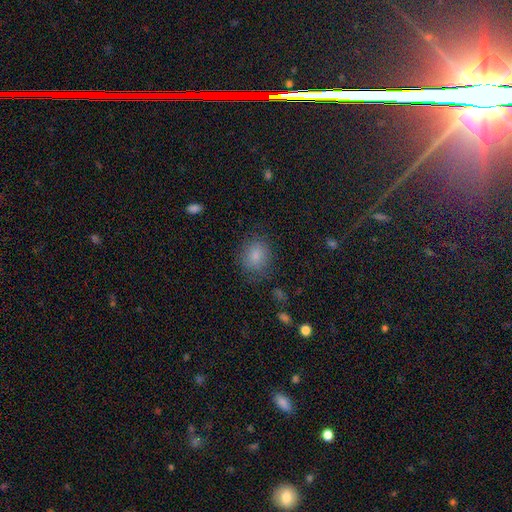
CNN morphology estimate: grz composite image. It shows a smooth galaxy with no disk features (83%) that is round (57%). Merging: none (77%).